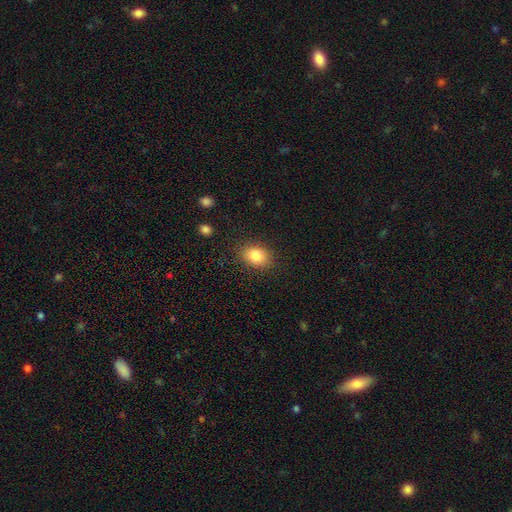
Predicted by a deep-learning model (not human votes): Smooth or featured: smooth — 84% (star or artifact — 9%)
How rounded: in between — 67% (round — 32%)
Merging: none — 86% (minor disturbance — 10%)